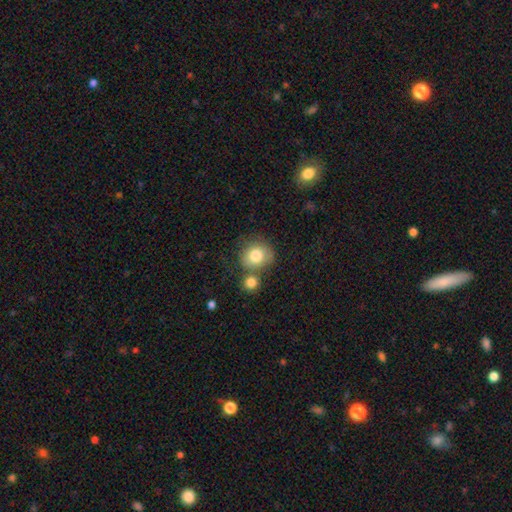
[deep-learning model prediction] A smooth galaxy with no disk features (81%) that is round (79%). Merging: none (56%).